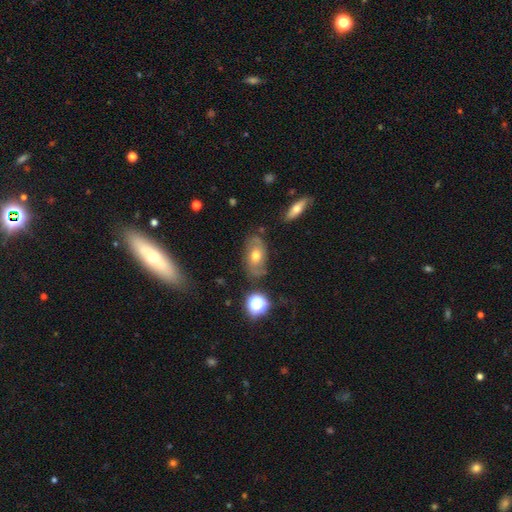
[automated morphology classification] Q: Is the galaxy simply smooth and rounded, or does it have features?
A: featured or disk — 46%.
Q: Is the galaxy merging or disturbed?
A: none — 71%.